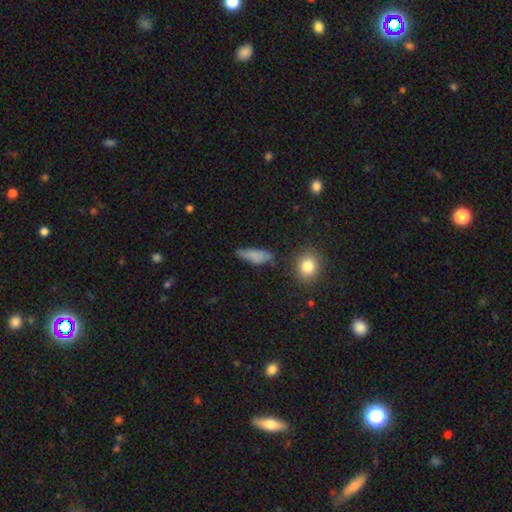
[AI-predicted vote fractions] A smooth galaxy with no disk features (73%) that is in between round and cigar-shaped (56%).

Vote fractions:
- Smooth or featured? smooth: 73% / featured or disk: 17% / star or artifact: 10%
- How rounded? in between: 56% / cigar-shaped: 39% / round: 5%
- Merging? none: 57% / minor disturbance: 28% / major disturbance: 10% / merger: 6%